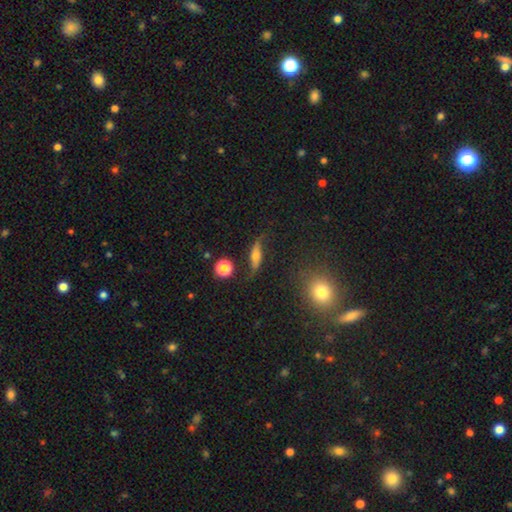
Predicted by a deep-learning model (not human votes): A featured or disk galaxy (57%). Merging: none (67%).